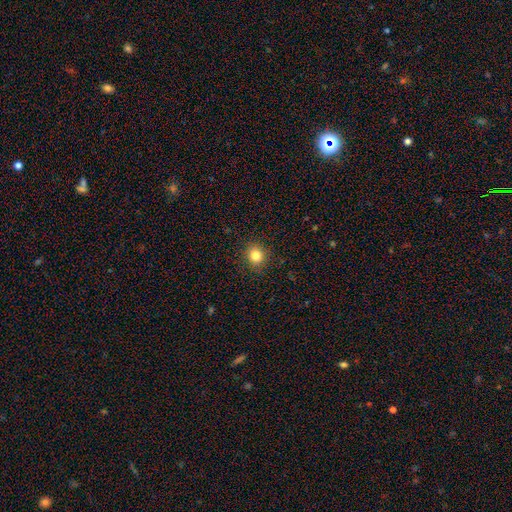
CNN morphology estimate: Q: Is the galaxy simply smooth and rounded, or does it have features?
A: smooth — 83%.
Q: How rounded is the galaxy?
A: round — 80%.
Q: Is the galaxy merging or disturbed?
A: none — 90%.